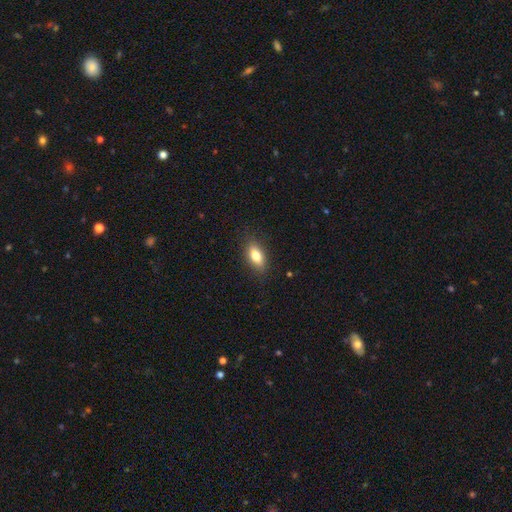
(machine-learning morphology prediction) Smooth or featured? smooth (78%)
How rounded? in between (82%)
Merging? none (86%)